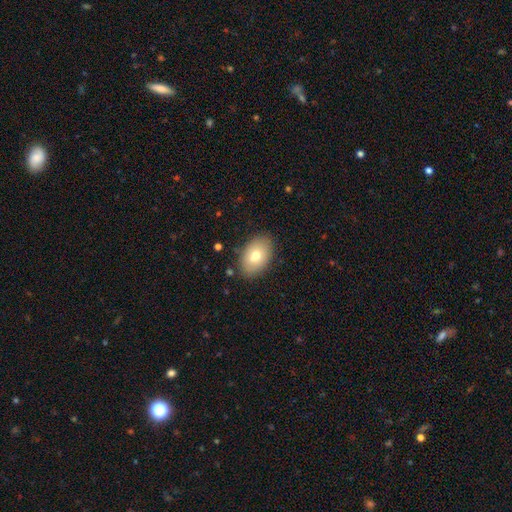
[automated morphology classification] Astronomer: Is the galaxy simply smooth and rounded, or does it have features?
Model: smooth — 75%.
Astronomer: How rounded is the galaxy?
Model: in between — 88%.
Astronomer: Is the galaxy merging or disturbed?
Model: none — 85%.